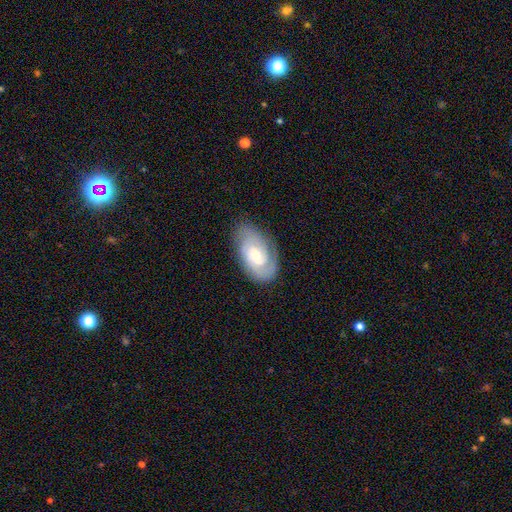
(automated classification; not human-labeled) The model was most divided on "bulge size": moderate: 52%, small: 42%, large: 4%, none: 1%, dominant: 1%. Remaining: edge-on disk — no (95%); spiral arms — yes (89%); merging — none (76%); smooth or featured — featured or disk (70%); spiral winding — tight (59%); bar — no (58%); spiral arm count — 2 (48%).